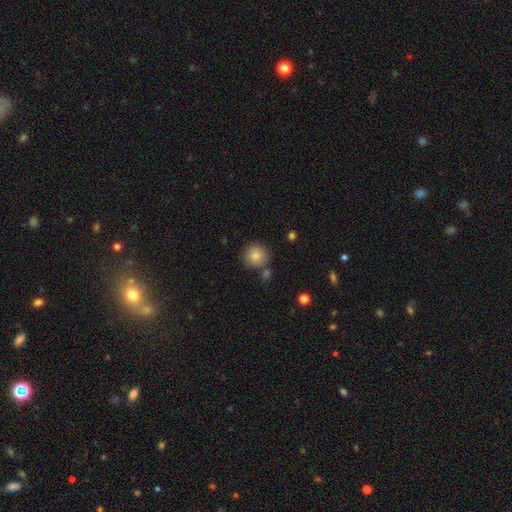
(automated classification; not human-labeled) Smooth or featured?
  - smooth: 84% *
  - star or artifact: 9%
  - featured or disk: 7%
How rounded?
  - round: 93% *
  - in between: 6%
  - cigar-shaped: 1%
Merging?
  - none: 74% *
  - merger: 12%
  - minor disturbance: 11%
  - major disturbance: 3%